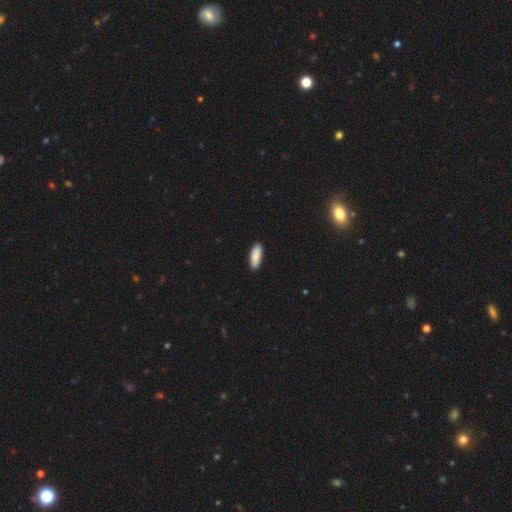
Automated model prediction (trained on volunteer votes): Morphology: type=smooth (90%); roundness=in between (66%); merging=none (90%).